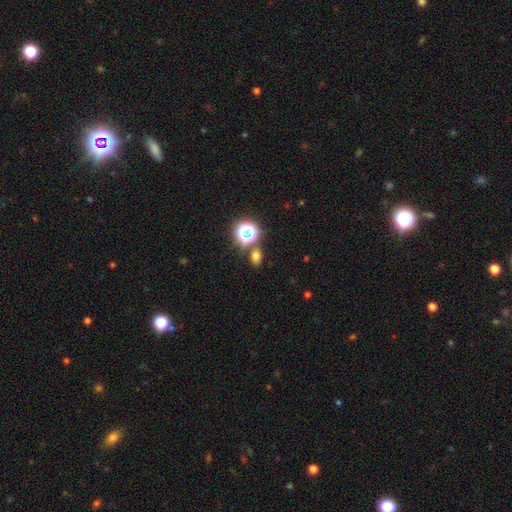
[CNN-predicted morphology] The model was most divided on "how rounded": in between: 57%, round: 41%, cigar-shaped: 2%. More confident: merging — none (77%); smooth or featured — smooth (67%).